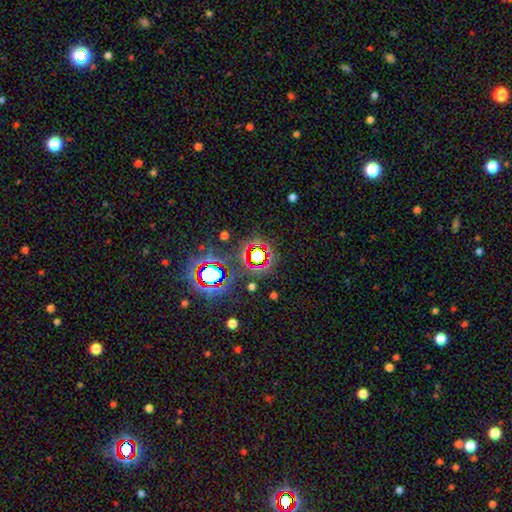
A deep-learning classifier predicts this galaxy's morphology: Smooth or featured?
  - star or artifact: 60% *
  - smooth: 24%
  - featured or disk: 15%